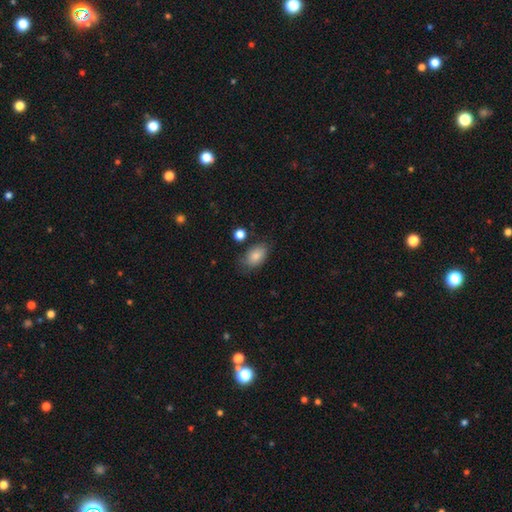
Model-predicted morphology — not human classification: A smooth galaxy with no disk features (84%) that is in between round and cigar-shaped (89%). Merging: none (69%).